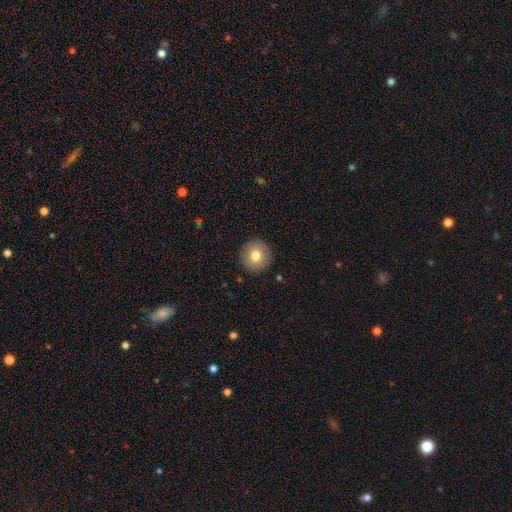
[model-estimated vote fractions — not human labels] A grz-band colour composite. It shows a smooth galaxy with no disk features (78%) that is round (95%). Merging: none (91%).